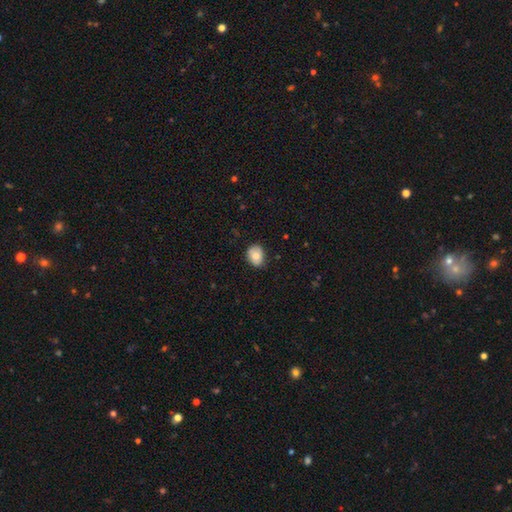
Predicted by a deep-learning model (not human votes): This is likely a smooth galaxy (75%). How rounded: possibly in between (55%). Merging: likely none (79%).